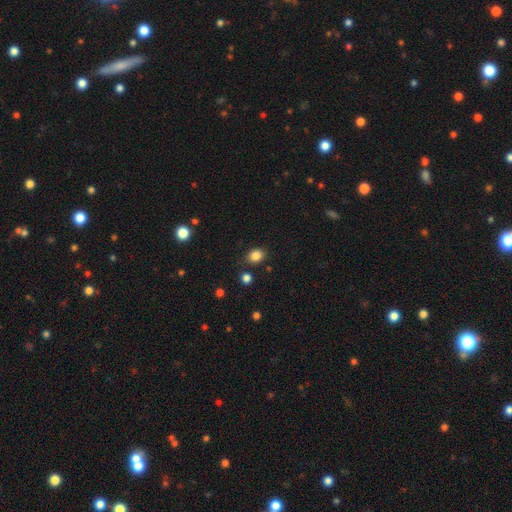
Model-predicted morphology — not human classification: type=smooth (84%); roundness=in between (51%); merging=none (80%).